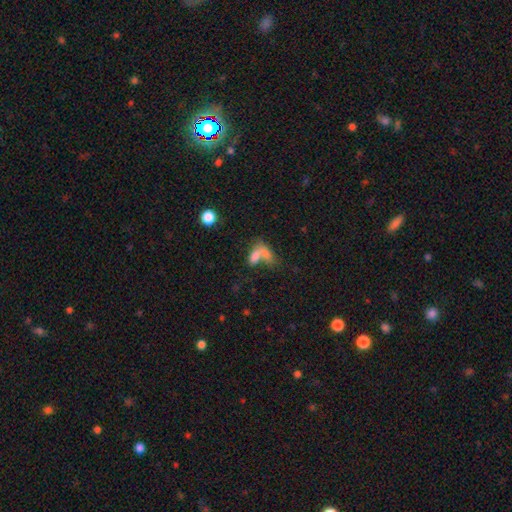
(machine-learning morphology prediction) Overall: smooth (74%). How rounded: in between (77%). Merging: merger (62%; none 22%).